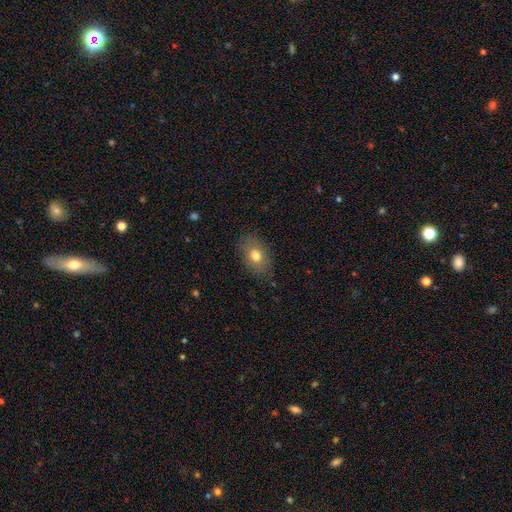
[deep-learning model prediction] This appears to be a smooth galaxy with no disk features (77%) that is in between round and cigar-shaped (79%). Merging: none (82%).